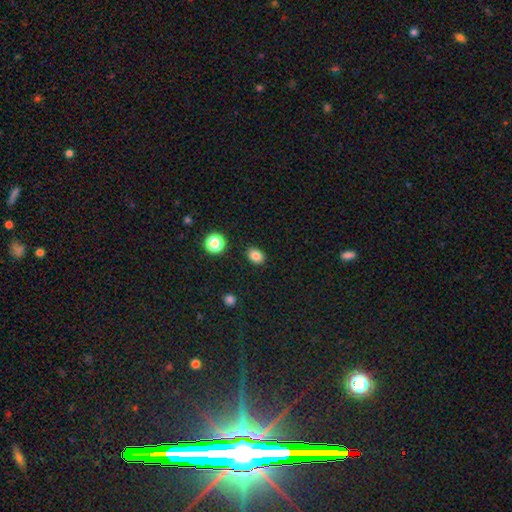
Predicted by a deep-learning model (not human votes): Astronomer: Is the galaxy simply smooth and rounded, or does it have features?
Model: smooth — 83%.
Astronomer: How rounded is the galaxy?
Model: in between — 61% (runner-up: round, 38%).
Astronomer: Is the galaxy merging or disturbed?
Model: none — 88%.